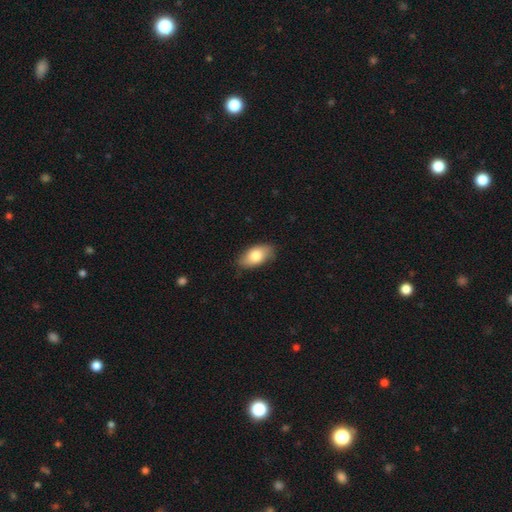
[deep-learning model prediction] Q: Smooth or featured?
A: smooth (79%); runner-up: featured or disk (15%)
Q: How rounded?
A: in between (93%); runner-up: round (4%)
Q: Merging?
A: none (83%); runner-up: minor disturbance (14%)